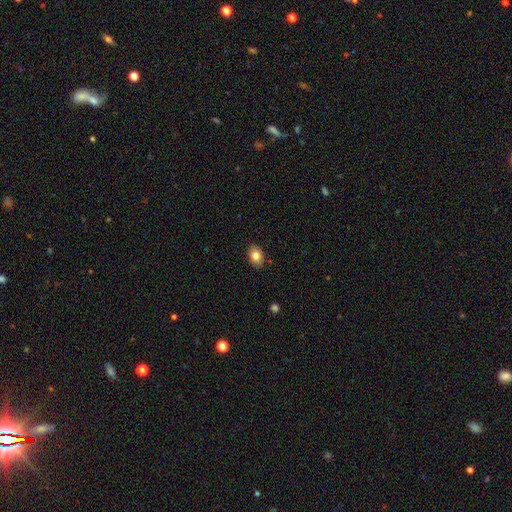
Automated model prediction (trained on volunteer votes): Q: Smooth or featured?
A: smooth (83%); runner-up: featured or disk (9%)
Q: How rounded?
A: in between (74%); runner-up: round (25%)
Q: Merging?
A: none (87%); runner-up: minor disturbance (9%)